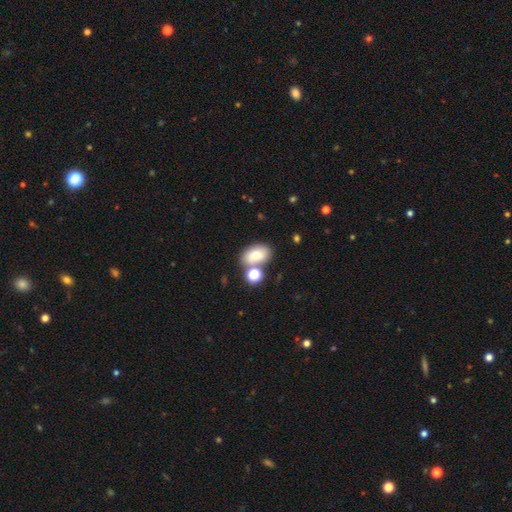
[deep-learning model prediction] Overall: smooth (77%). How rounded: in between (85%). Merging: none (59%; merger 24%).